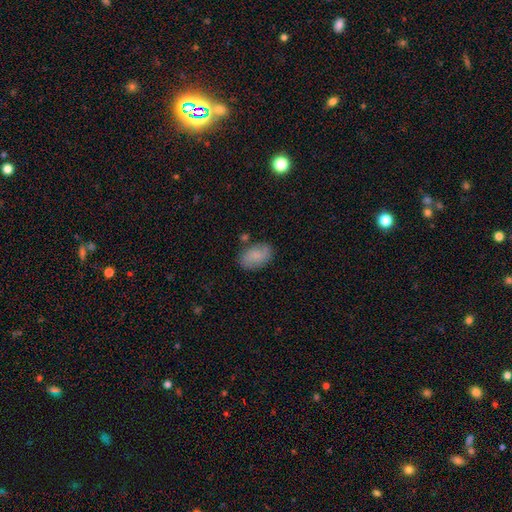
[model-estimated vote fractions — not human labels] Overall: smooth (76%). How rounded: in between (88%). Merging: none (75%).